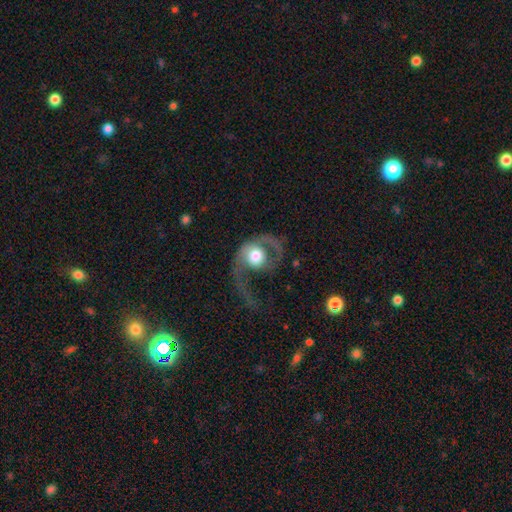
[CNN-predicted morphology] This appears to be a featured or disk galaxy (64%) with no bar (78%), spiral arms (78%) and a moderate central bulge (42%, tied with large). Merging: major disturbance (59%).